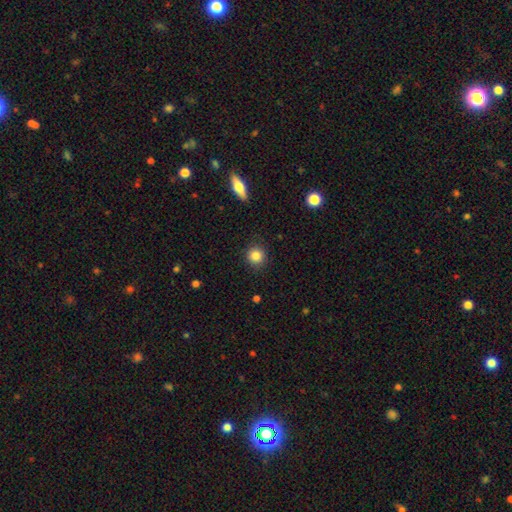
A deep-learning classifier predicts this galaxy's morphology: This appears to be a smooth galaxy with no disk features (85%) that is round (91%). Merging: none (89%).